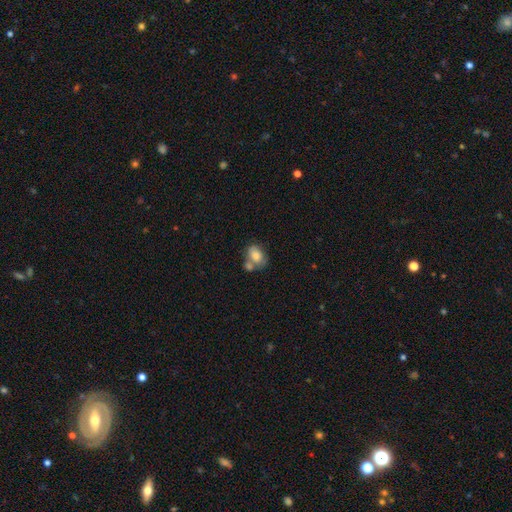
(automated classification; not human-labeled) smooth-or-featured: smooth: 74% | featured or disk: 19% | star or artifact: 7%
  how-rounded: in between: 72% | round: 27% | cigar-shaped: 1%
  merging: merger: 44% | none: 31% | minor disturbance: 16% | major disturbance: 9%